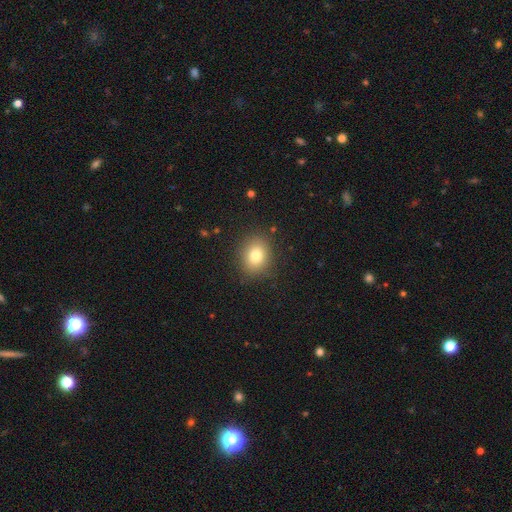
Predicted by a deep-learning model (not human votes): Q: Smooth or featured?
A: smooth (79%); runner-up: star or artifact (11%)
Q: How rounded?
A: round (56%); runner-up: in between (43%)
Q: Merging?
A: none (86%); runner-up: minor disturbance (9%)